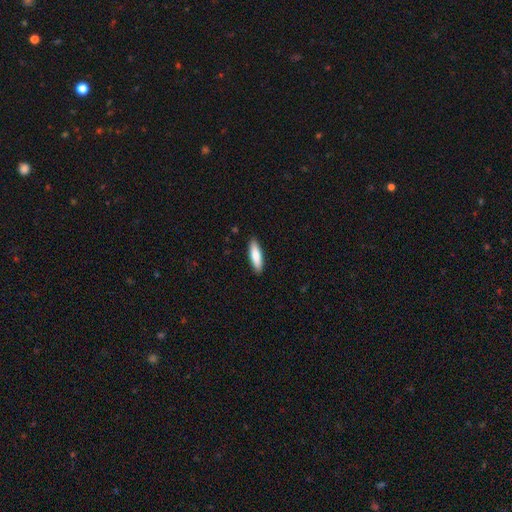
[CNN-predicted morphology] type=smooth (80%); roundness=cigar-shaped (61%); merging=none (90%).